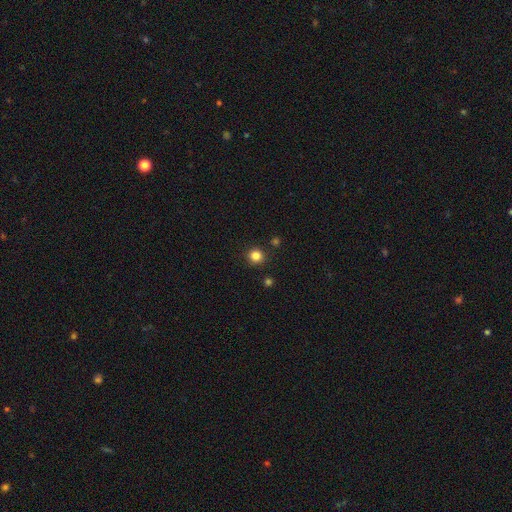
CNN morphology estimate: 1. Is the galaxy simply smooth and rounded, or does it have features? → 83% smooth, 13% star or artifact, 4% featured or disk.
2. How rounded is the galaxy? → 94% round, 5% in between, 1% cigar-shaped.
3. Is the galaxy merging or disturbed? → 91% none, 5% minor disturbance, 2% merger, 2% major disturbance.